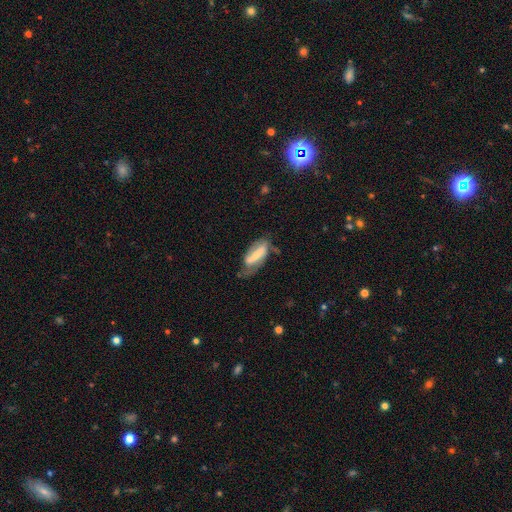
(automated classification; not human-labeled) Smooth or featured? featured or disk (65%)
Edge-on disk? no (88%)
Bar? strong (60%)
Spiral arms? yes (82%)
Bulge size? small (52%)
Merging? none (51%)